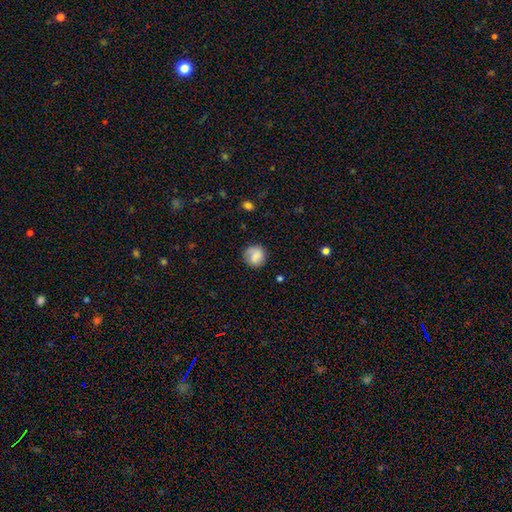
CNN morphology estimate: smooth 81%, featured or disk 11%, star or artifact 8%. Down the decision tree: how rounded — round (87%); merging — none (76%).